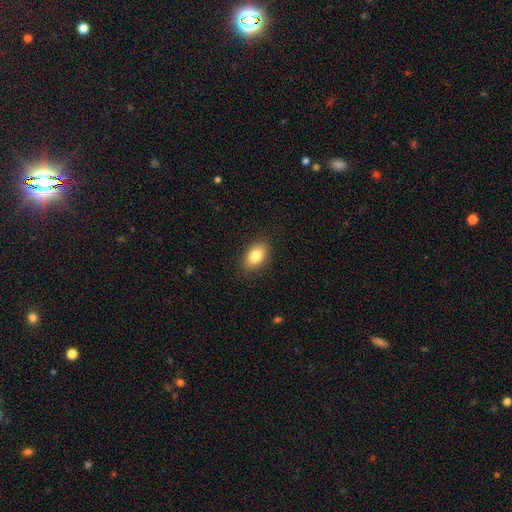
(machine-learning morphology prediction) This appears to be a smooth galaxy with no disk features (84%) that is in between round and cigar-shaped (89%). Merging: none (87%).